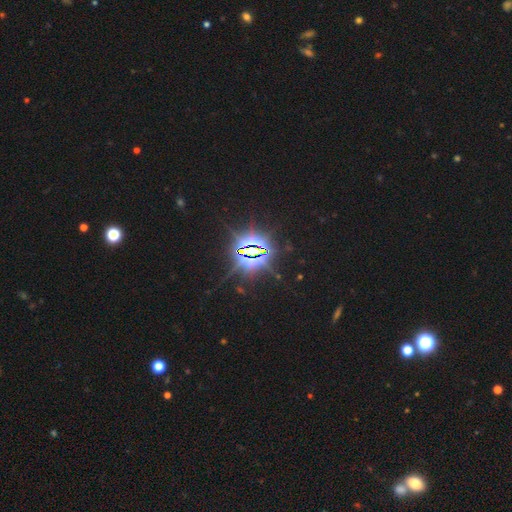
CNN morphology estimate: This appears to be a star or artifact, not a galaxy (86%).